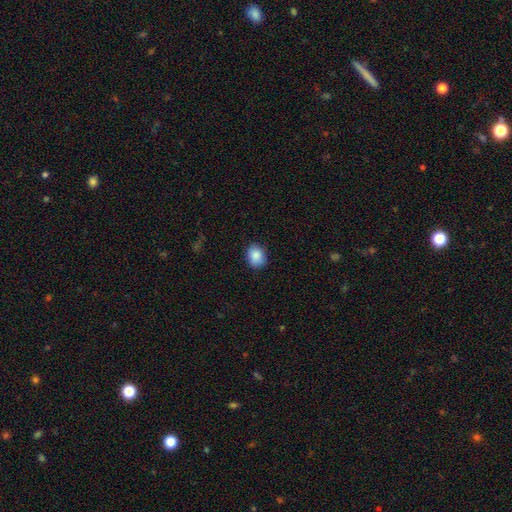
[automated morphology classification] type=smooth (88%); roundness=in between (59%); merging=none (85%).